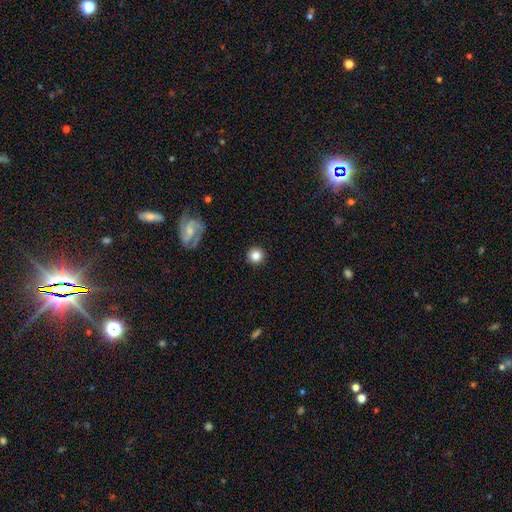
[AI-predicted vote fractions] A smooth galaxy with no disk features (83%) that is round (95%). Merging: none (91%).